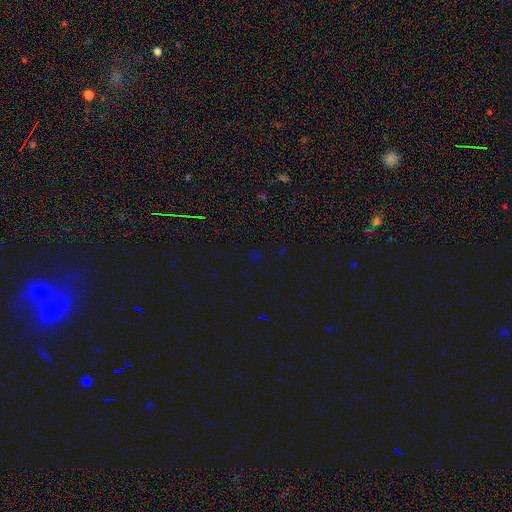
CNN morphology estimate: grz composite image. It shows a star or artifact, not a galaxy (69%).